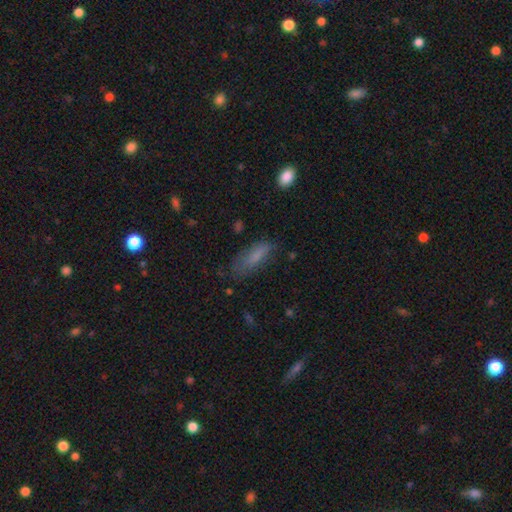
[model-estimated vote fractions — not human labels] Smooth or featured? smooth (76%)
How rounded? in between (56%)
Merging? none (61%)